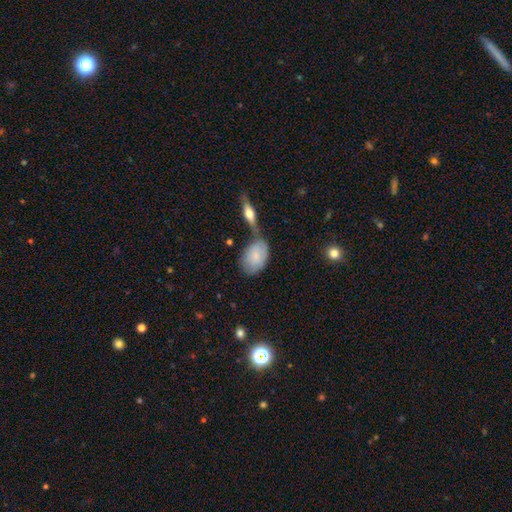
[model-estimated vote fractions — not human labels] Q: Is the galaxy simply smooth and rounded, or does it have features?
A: smooth — 75%.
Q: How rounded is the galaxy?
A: in between — 89%.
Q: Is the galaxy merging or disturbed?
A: none — 50%.